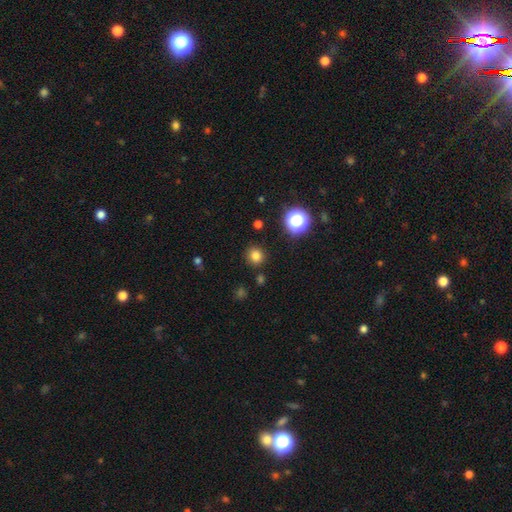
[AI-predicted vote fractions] Overall: smooth (79%). How rounded: round (89%). Merging: none (89%).